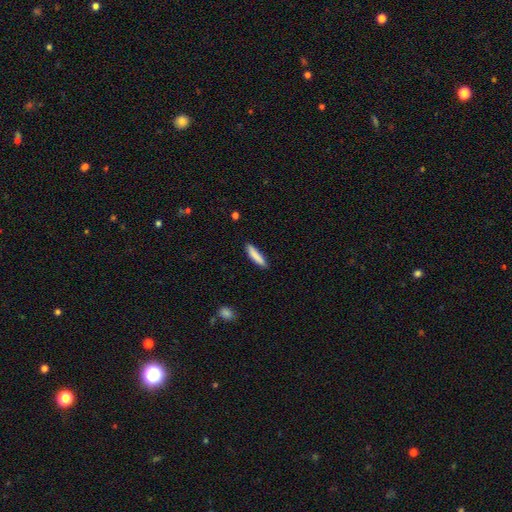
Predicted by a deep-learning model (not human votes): smooth-or-featured: smooth: 86% | featured or disk: 8% | star or artifact: 6%
  how-rounded: cigar-shaped: 83% | in between: 16% | round: 1%
  merging: none: 84% | minor disturbance: 12% | major disturbance: 2% | merger: 1%